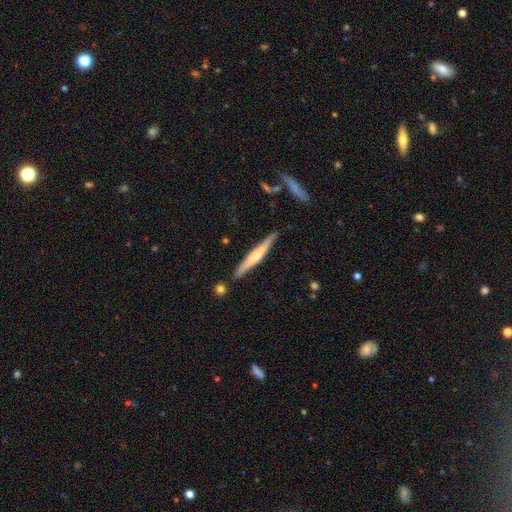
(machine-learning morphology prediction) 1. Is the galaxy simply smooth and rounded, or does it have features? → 48% smooth, 47% featured or disk, 5% star or artifact.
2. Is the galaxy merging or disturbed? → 86% none, 10% minor disturbance, 3% merger, 2% major disturbance.